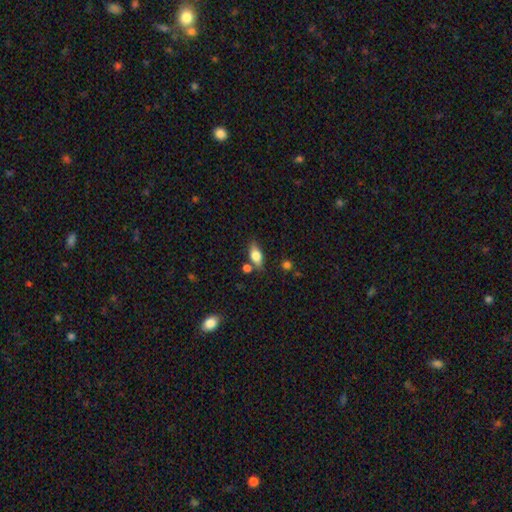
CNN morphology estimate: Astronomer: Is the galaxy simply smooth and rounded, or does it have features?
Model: smooth — 68%.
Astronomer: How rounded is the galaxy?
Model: in between — 81%.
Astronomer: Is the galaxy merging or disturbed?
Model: none — 73%.